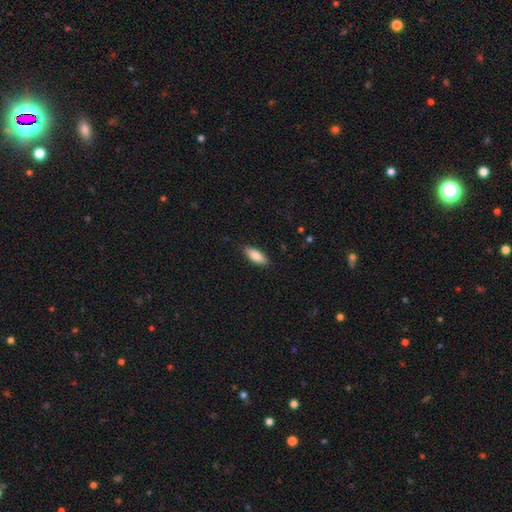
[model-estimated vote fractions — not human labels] Smooth or featured?
  - smooth: 83% *
  - featured or disk: 11%
  - star or artifact: 6%
How rounded?
  - in between: 69% *
  - cigar-shaped: 29%
  - round: 2%
Merging?
  - none: 88% *
  - minor disturbance: 9%
  - major disturbance: 2%
  - merger: 1%